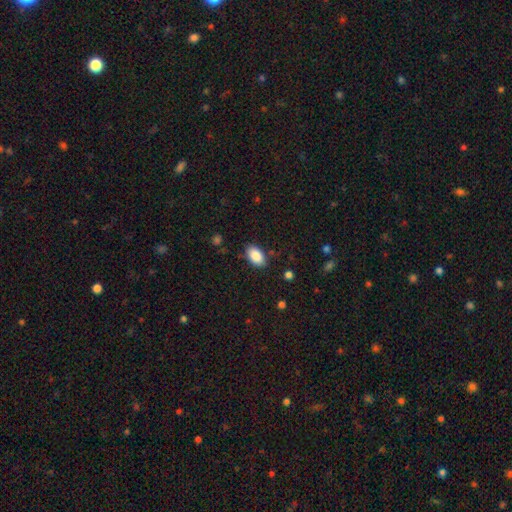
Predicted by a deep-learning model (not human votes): Smooth or featured?
  - smooth: 88% *
  - star or artifact: 7%
  - featured or disk: 5%
How rounded?
  - in between: 92% *
  - round: 6%
  - cigar-shaped: 1%
Merging?
  - none: 85% *
  - minor disturbance: 11%
  - major disturbance: 3%
  - merger: 1%